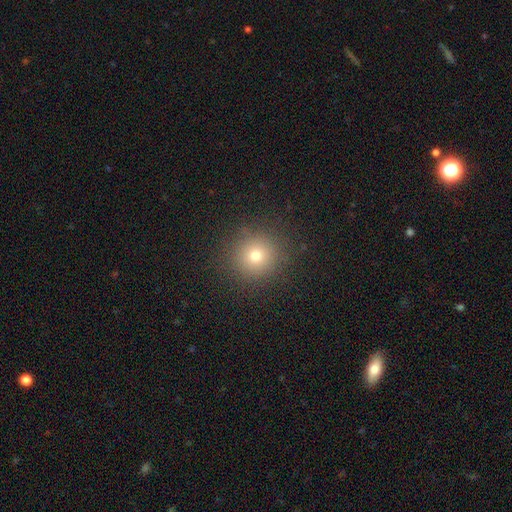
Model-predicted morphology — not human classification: This appears to be a smooth galaxy with no disk features (72%) that is round (93%). Merging: none (90%).